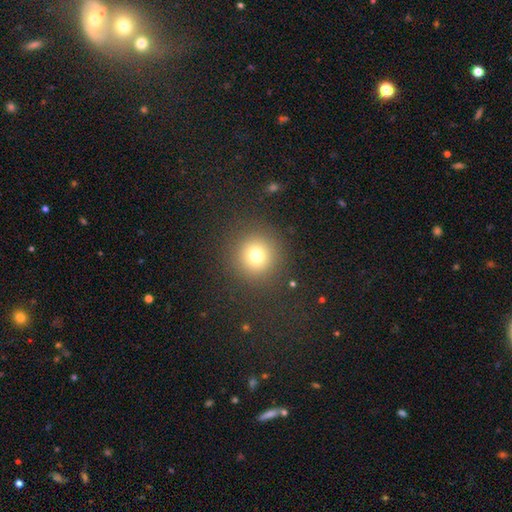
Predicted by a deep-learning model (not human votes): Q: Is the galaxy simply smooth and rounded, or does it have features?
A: smooth — 75%.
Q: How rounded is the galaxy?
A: round — 94%.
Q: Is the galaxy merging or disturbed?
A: none — 88%.